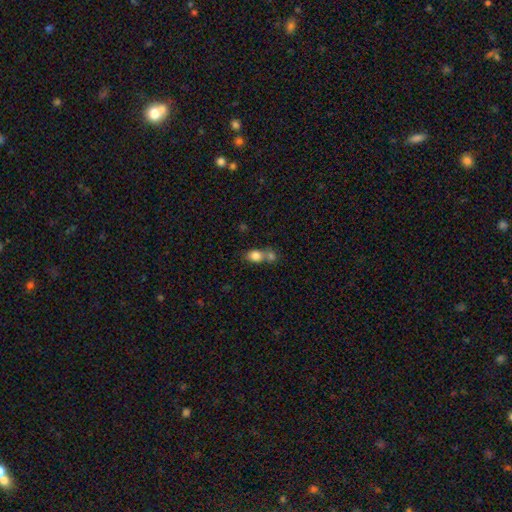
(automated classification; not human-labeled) Smooth or featured: smooth — 80% (featured or disk — 10%)
How rounded: in between — 52% (round — 46%)
Merging: merger — 57% (none — 31%)